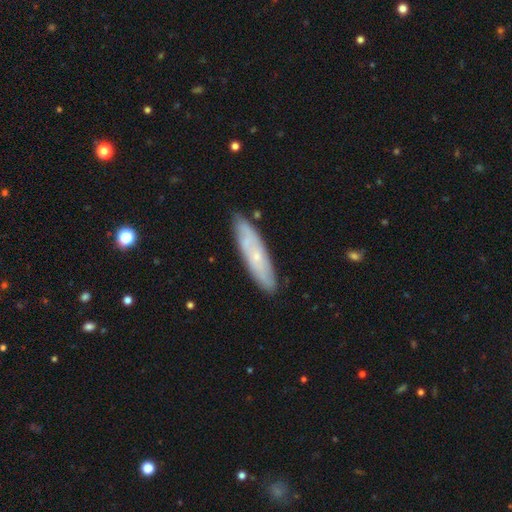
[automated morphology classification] Smooth or featured? featured or disk (56%)
Edge-on disk? no (62%)
Merging? none (83%)